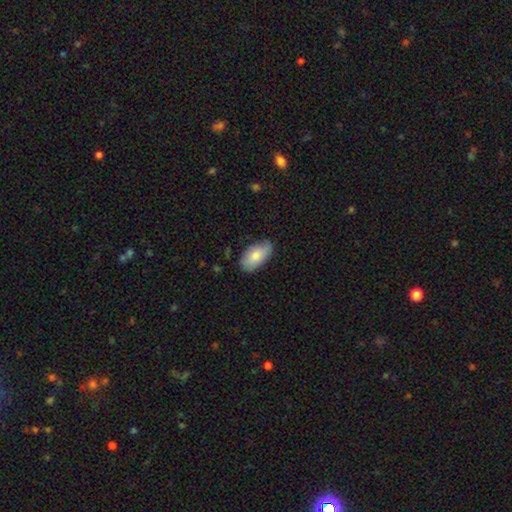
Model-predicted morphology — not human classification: Smooth or featured?
  - smooth: 78% *
  - featured or disk: 15%
  - star or artifact: 6%
How rounded?
  - in between: 95% *
  - round: 3%
  - cigar-shaped: 2%
Merging?
  - none: 74% *
  - minor disturbance: 22%
  - major disturbance: 4%
  - merger: 1%